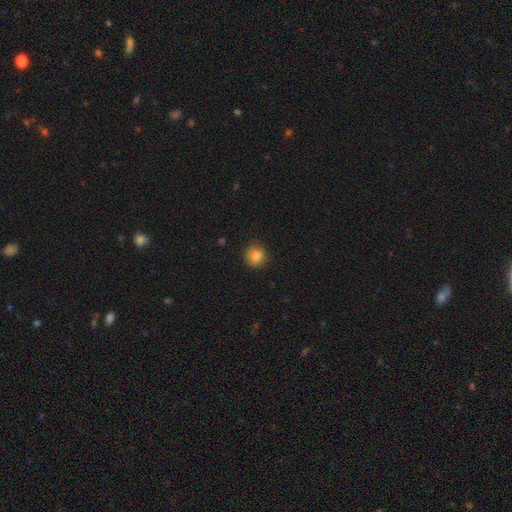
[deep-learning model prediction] Overall: smooth (84%). How rounded: round (86%). Merging: none (86%).